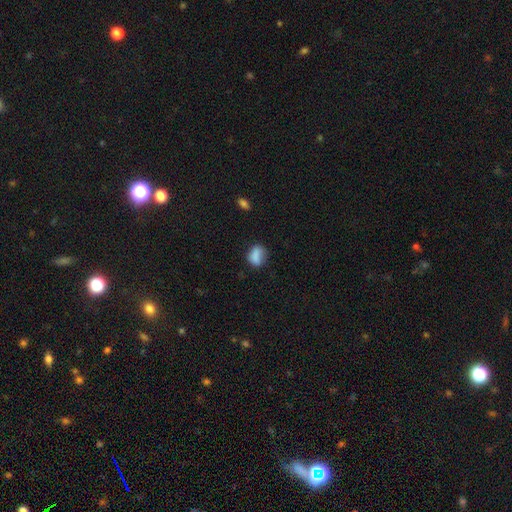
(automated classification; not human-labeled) Smooth or featured? Predicted: smooth (p=0.82). How rounded? Predicted: in between (p=0.67). Merging? Predicted: none (p=0.60).